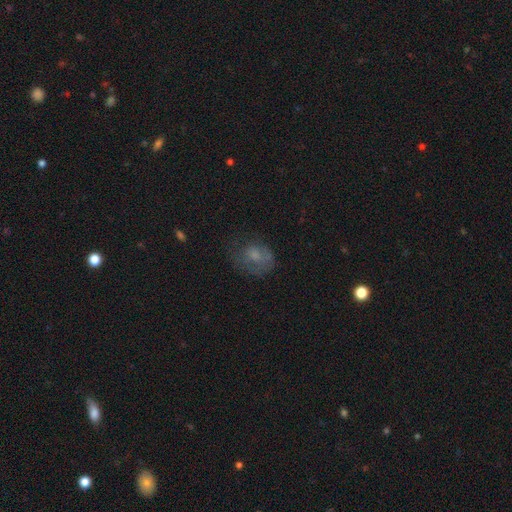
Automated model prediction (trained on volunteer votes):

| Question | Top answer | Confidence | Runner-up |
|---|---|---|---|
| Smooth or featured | smooth | 54% | featured or disk (32%) |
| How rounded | in between | 50% | round (48%) |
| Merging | none | 42% | major disturbance (31%) |